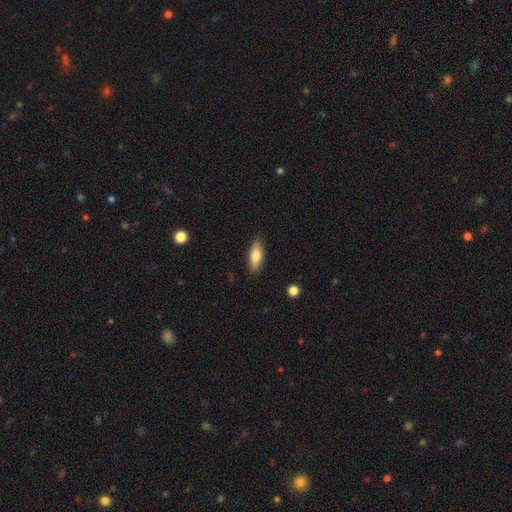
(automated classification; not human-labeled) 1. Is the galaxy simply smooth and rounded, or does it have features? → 78% smooth, 15% featured or disk, 7% star or artifact.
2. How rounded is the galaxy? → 73% in between, 24% cigar-shaped, 3% round.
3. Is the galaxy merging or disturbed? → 88% none, 9% minor disturbance, 2% major disturbance, 1% merger.